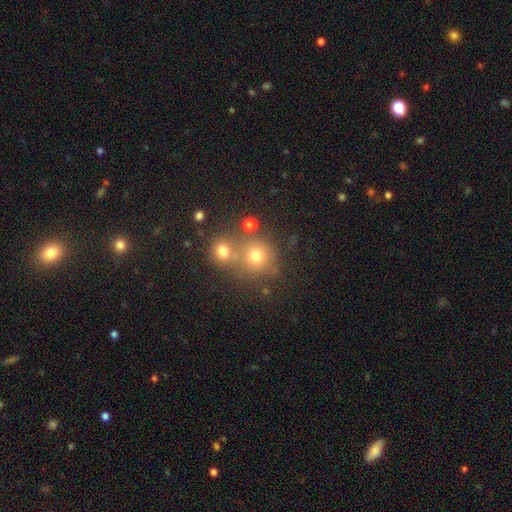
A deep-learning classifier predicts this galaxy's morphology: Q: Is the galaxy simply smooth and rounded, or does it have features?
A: smooth — 72%.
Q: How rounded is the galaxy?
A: round — 88%.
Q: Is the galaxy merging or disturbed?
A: none — 55%.